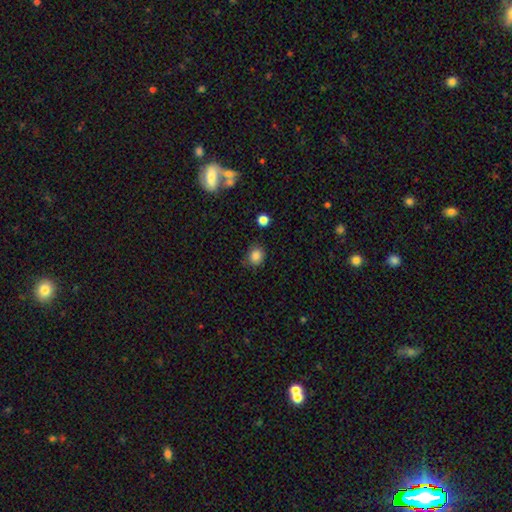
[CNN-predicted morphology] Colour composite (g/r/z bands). It shows a smooth galaxy with no disk features (85%) that is round (72%). Merging: none (77%).